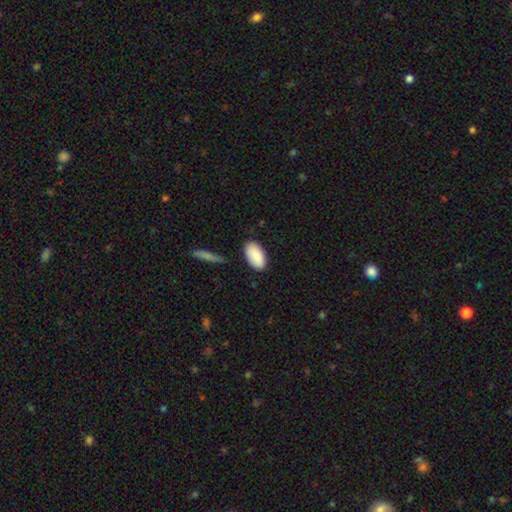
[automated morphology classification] The model was most divided on "merging": none: 83%, minor disturbance: 12%, major disturbance: 2%, merger: 2%. More confident: how rounded — in between (95%); smooth or featured — smooth (89%).